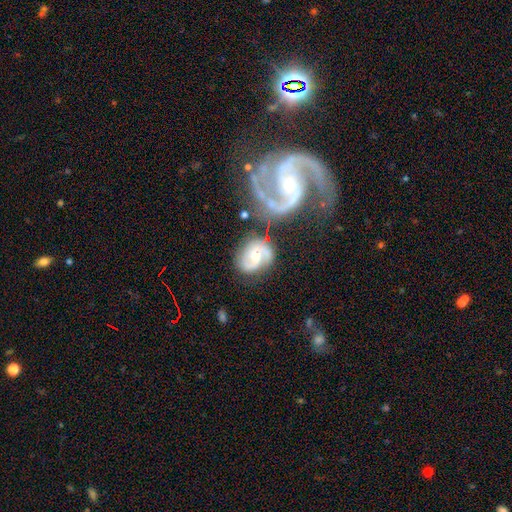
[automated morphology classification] Q: Smooth or featured?
A: featured or disk (78%); runner-up: smooth (16%)
Q: Edge-on disk?
A: no (97%); runner-up: yes (3%)
Q: Bar?
A: weak (46%); runner-up: no (41%)
Q: Spiral arms?
A: yes (94%); runner-up: no (6%)
Q: Spiral winding?
A: medium (50%); runner-up: tight (26%)
Q: Spiral arm count?
A: 2 (81%); runner-up: can't tell (7%)
Q: Bulge size?
A: moderate (52%); runner-up: small (40%)
Q: Merging?
A: none (54%); runner-up: minor disturbance (19%)